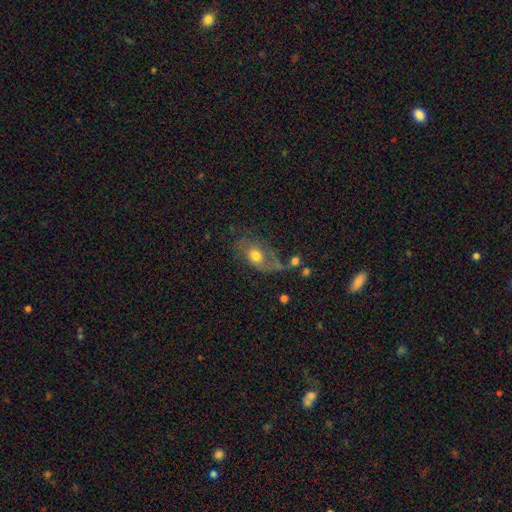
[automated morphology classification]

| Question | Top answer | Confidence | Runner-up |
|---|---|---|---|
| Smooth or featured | smooth | 50% | featured or disk (39%) |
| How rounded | in between | 73% | round (23%) |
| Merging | major disturbance | 35% | none (34%) |